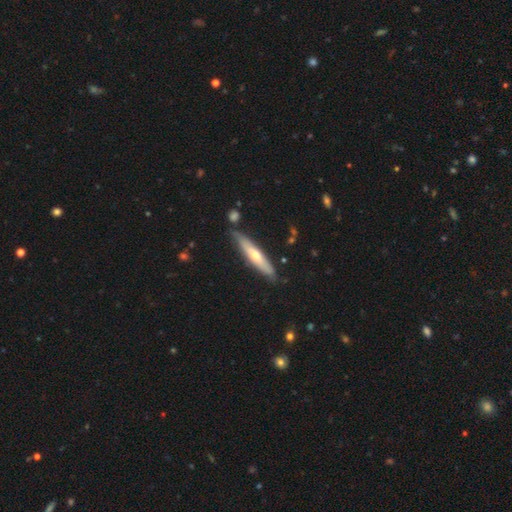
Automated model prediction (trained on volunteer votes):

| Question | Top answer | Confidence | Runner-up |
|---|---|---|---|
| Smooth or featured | featured or disk | 51% | smooth (43%) |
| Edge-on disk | yes | 84% | no (16%) |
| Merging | none | 80% | minor disturbance (14%) |